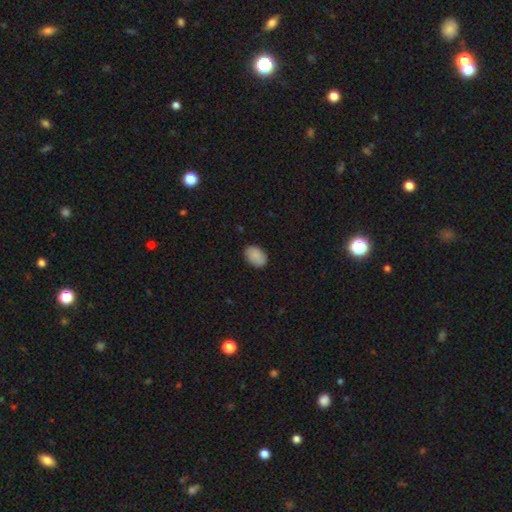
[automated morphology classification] A smooth galaxy with no disk features (88%) that is in between round and cigar-shaped (85%). Merging: none (87%).